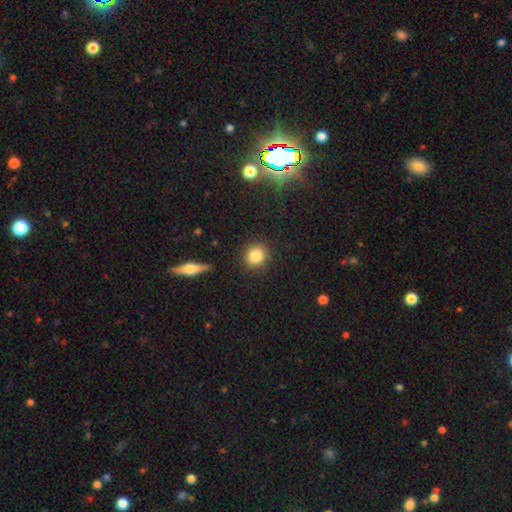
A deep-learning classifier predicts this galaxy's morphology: type=smooth (84%); roundness=round (86%); merging=none (89%).